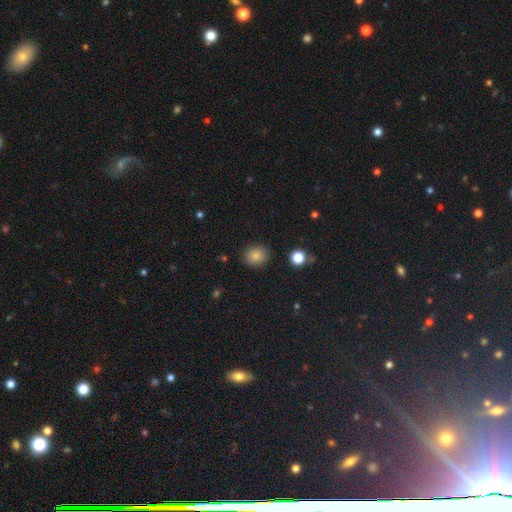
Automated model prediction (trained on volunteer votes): This appears to be a smooth galaxy with no disk features (85%) that is round (75%). Merging: none (88%).